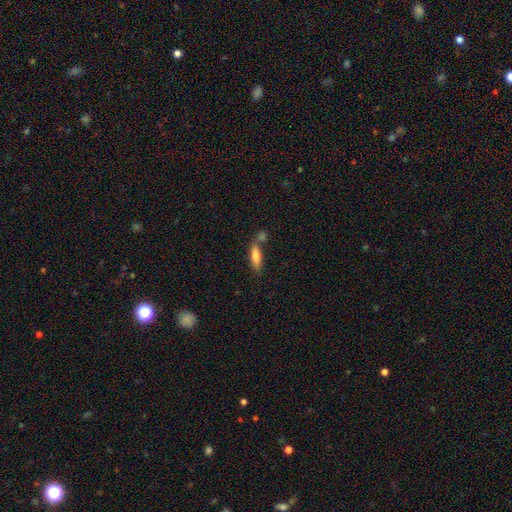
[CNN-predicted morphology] A smooth galaxy with no disk features (77%) that is cigar-shaped (55%).

Vote fractions:
- Smooth or featured? smooth: 77% / featured or disk: 16% / star or artifact: 7%
- How rounded? cigar-shaped: 55% / in between: 43% / round: 2%
- Merging? none: 59% / merger: 24% / minor disturbance: 13% / major disturbance: 4%